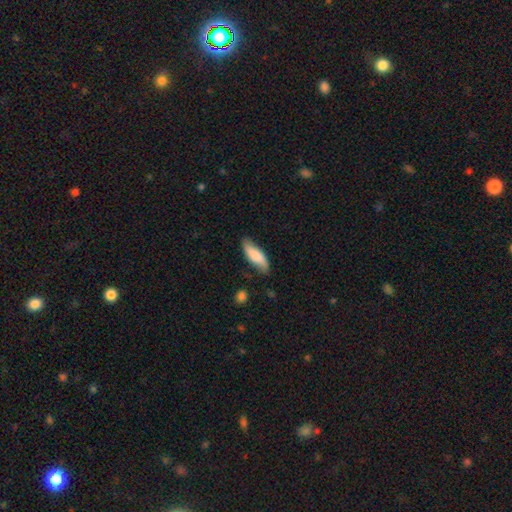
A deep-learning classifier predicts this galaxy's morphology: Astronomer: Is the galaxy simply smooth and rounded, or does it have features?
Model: smooth — 79%.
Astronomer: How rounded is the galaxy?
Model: in between — 59% (runner-up: cigar-shaped, 39%).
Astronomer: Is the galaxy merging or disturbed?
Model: none — 72%.